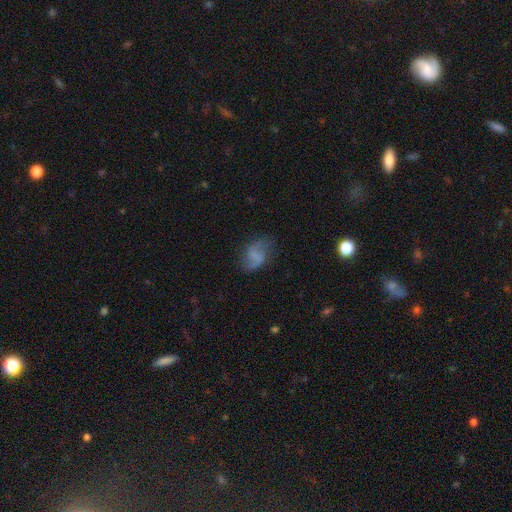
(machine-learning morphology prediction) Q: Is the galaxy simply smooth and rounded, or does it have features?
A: featured or disk — 54%.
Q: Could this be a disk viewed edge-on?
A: no — 97%.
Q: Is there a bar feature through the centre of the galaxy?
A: weak — 40%, tied with no.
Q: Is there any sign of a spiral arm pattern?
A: yes — 81%.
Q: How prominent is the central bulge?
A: none — 71%.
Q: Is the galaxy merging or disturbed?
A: none — 64%.